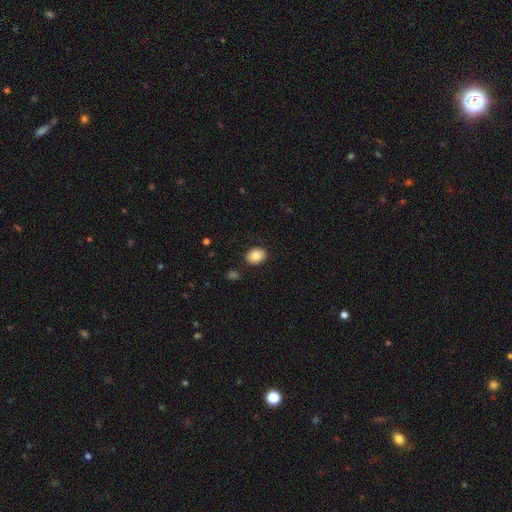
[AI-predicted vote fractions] smooth 83%, featured or disk 9%, star or artifact 8%. Down the decision tree: how rounded — in between (69%); merging — none (88%).